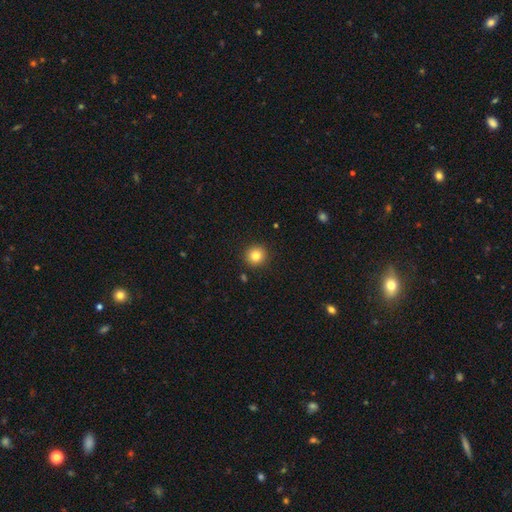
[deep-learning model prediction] This appears to be a smooth galaxy with no disk features (82%) that is round (94%). Merging: none (92%).